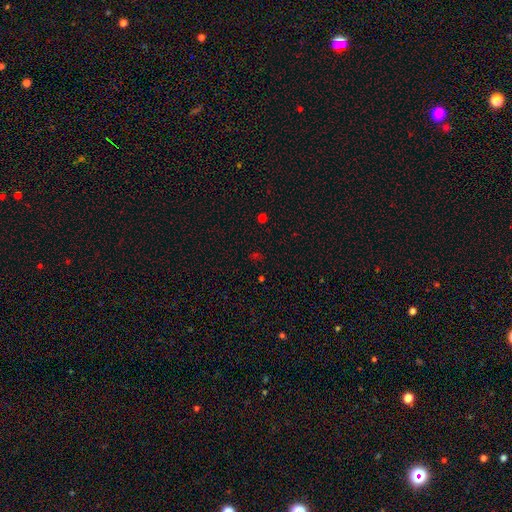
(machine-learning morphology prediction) Smooth or featured? star or artifact (52%)